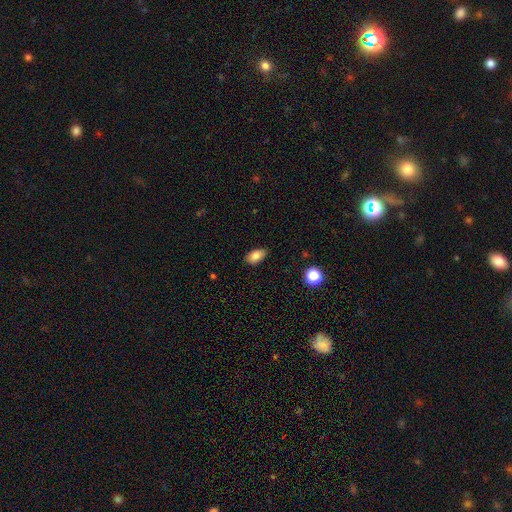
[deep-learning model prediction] smooth-or-featured: smooth: 83% | star or artifact: 8% | featured or disk: 8%
  how-rounded: in between: 91% | round: 5% | cigar-shaped: 3%
  merging: none: 84% | minor disturbance: 13% | major disturbance: 2% | merger: 1%